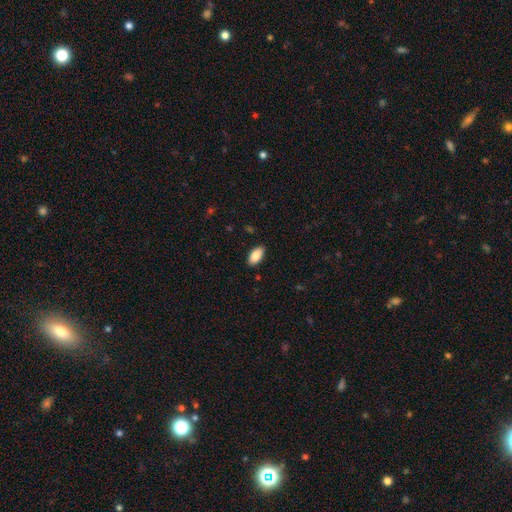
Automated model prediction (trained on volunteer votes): A smooth galaxy with no disk features (88%) that is in between round and cigar-shaped (93%).

Vote fractions:
- Smooth or featured? smooth: 88% / star or artifact: 7% / featured or disk: 6%
- How rounded? in between: 93% / cigar-shaped: 5% / round: 2%
- Merging? none: 87% / minor disturbance: 10% / major disturbance: 2% / merger: 1%